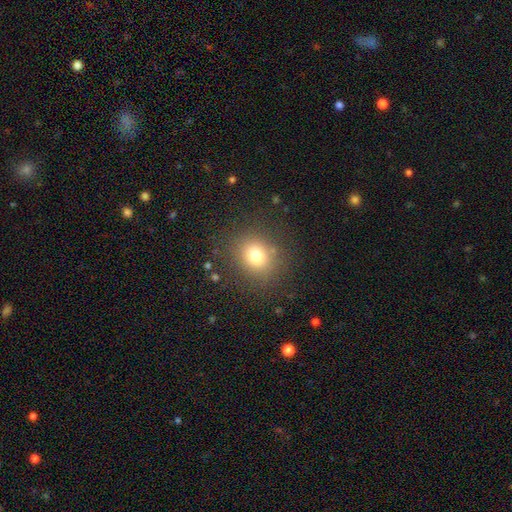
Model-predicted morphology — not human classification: A smooth galaxy with no disk features (75%) that is round (75%).

Vote fractions:
- Smooth or featured? smooth: 75% / star or artifact: 15% / featured or disk: 10%
- How rounded? round: 75% / in between: 24% / cigar-shaped: 1%
- Merging? none: 83% / minor disturbance: 10% / major disturbance: 5% / merger: 2%